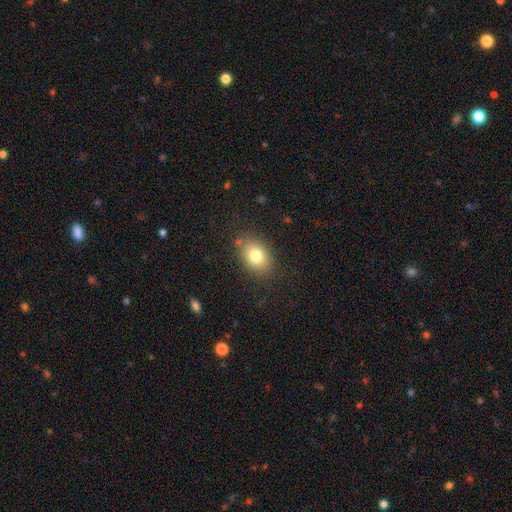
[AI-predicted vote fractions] smooth-or-featured: smooth: 78% | featured or disk: 12% | star or artifact: 10%
  how-rounded: in between: 76% | round: 22% | cigar-shaped: 1%
  merging: none: 81% | minor disturbance: 13% | major disturbance: 4% | merger: 2%